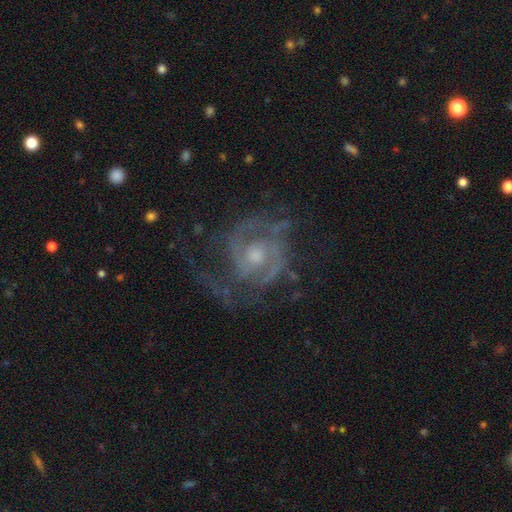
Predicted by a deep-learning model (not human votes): A featured or disk galaxy (87%) with no bar (67%), 2 (59%) tight (46%) spiral arms (94%) and a moderate central bulge (58%). Merging: none (60%).